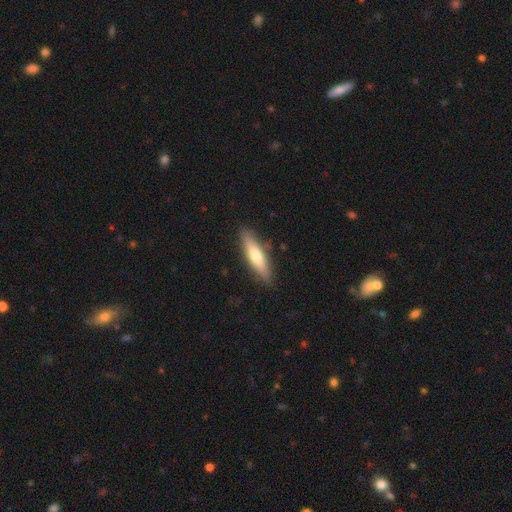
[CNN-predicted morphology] The model was most divided on "smooth or featured": smooth: 62%, featured or disk: 33%, star or artifact: 5%. More confident: merging — none (87%); how rounded — cigar-shaped (72%).